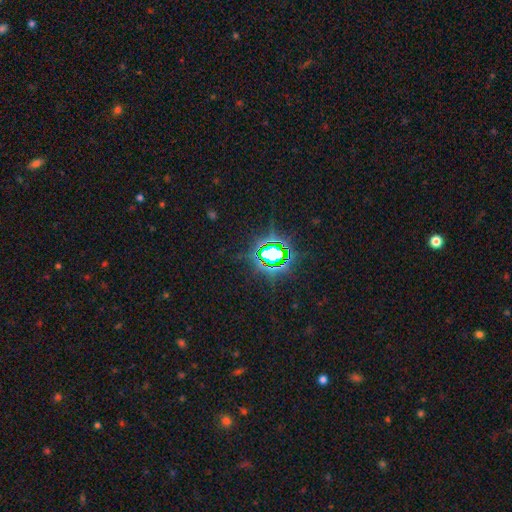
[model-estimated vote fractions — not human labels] This appears to be a star or artifact, not a galaxy (82%).